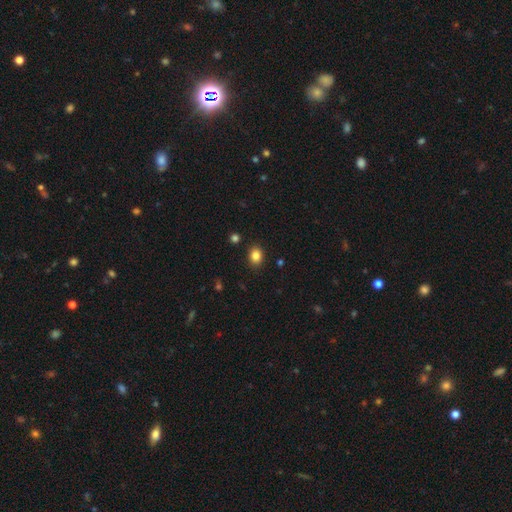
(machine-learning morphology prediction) Smooth or featured? Predicted: smooth (p=0.85). How rounded? Predicted: in between (p=0.51). Merging? Predicted: none (p=0.88).